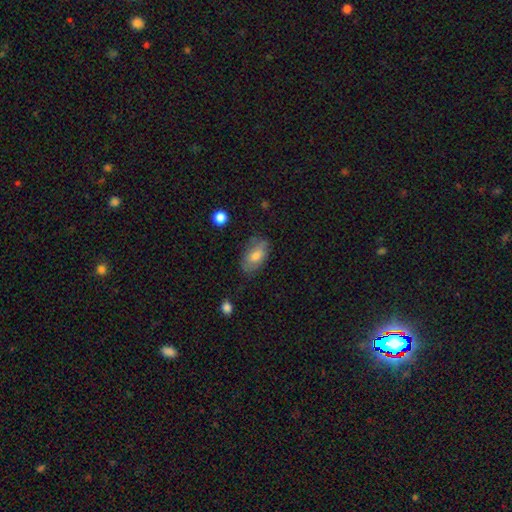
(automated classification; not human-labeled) smooth_or_featured: smooth (p=0.73) [alt: featured or disk p=0.19]
how_rounded: in between (p=0.90) [alt: cigar-shaped p=0.05]
merging: none (p=0.69) [alt: minor disturbance p=0.23]